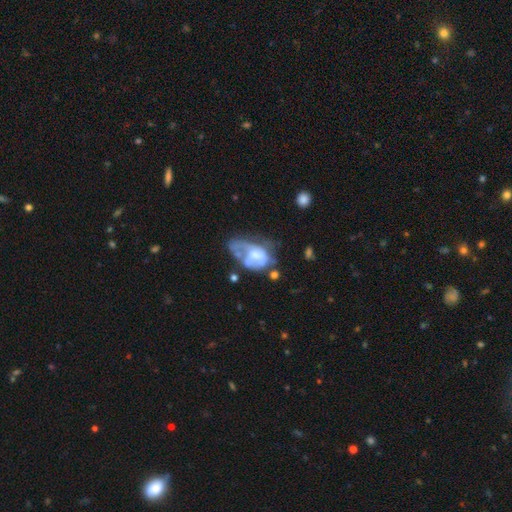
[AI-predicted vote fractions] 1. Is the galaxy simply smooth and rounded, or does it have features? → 50% featured or disk, 40% smooth, 9% star or artifact.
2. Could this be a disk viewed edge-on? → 96% no, 4% yes.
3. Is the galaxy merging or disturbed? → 44% major disturbance, 20% minor disturbance, 18% none, 17% merger.